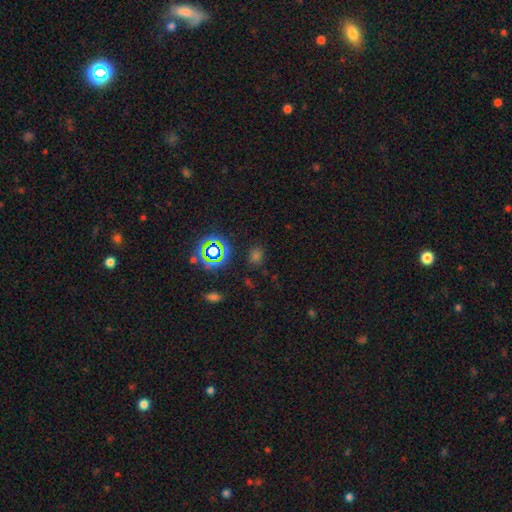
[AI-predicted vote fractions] smooth_or_featured: smooth (p=0.48) [alt: star or artifact p=0.45]
merging: none (p=0.82) [alt: minor disturbance p=0.10]